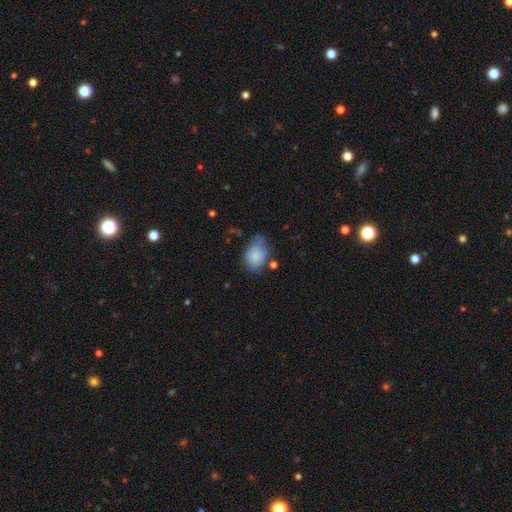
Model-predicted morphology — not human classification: A smooth galaxy with no disk features (82%) that is in between round and cigar-shaped (76%). Merging: none (45%).